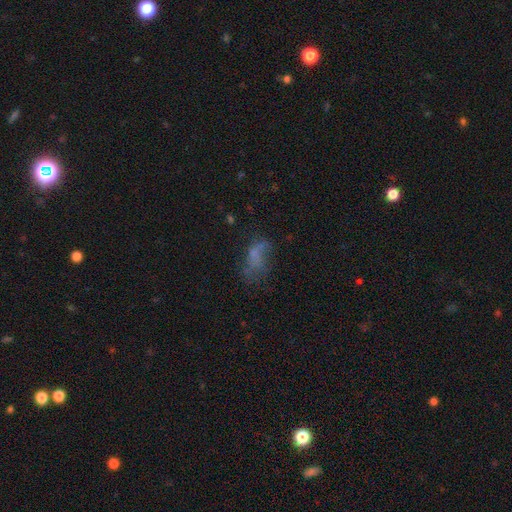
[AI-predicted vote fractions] Smooth or featured? Predicted: smooth (p=0.47). Merging? Predicted: none (p=0.38).